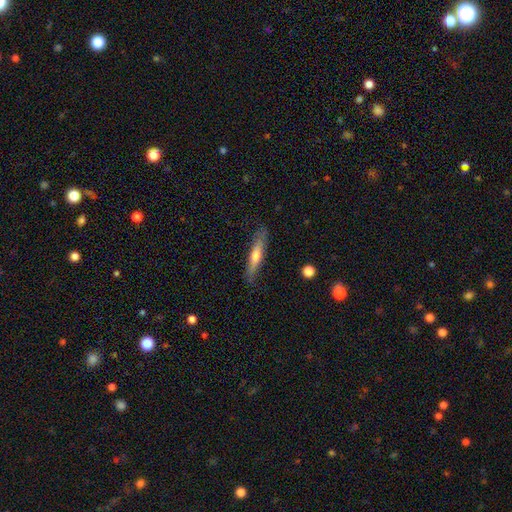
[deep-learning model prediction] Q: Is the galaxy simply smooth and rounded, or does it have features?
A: smooth — 53%.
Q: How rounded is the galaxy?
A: cigar-shaped — 87%.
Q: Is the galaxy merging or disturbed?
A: none — 80%.